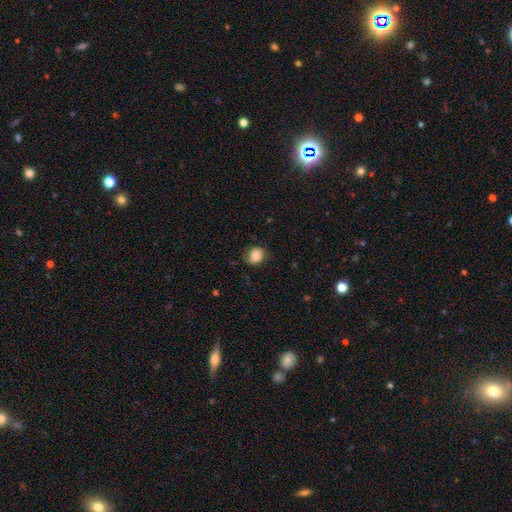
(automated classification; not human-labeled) A smooth galaxy with no disk features (81%) that is round (63%). Merging: none (68%).